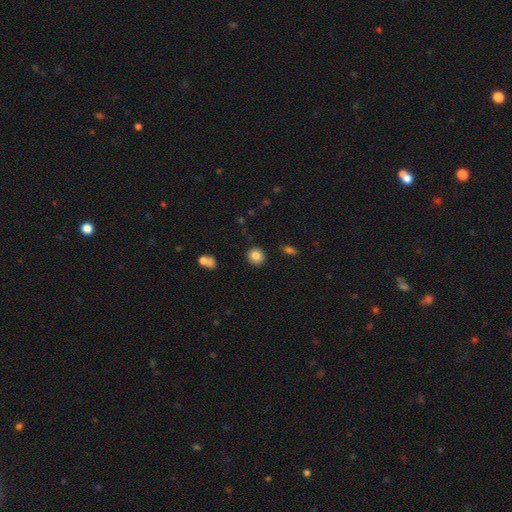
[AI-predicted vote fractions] Q: Smooth or featured?
A: smooth (85%); runner-up: star or artifact (9%)
Q: How rounded?
A: round (86%); runner-up: in between (13%)
Q: Merging?
A: none (89%); runner-up: minor disturbance (7%)